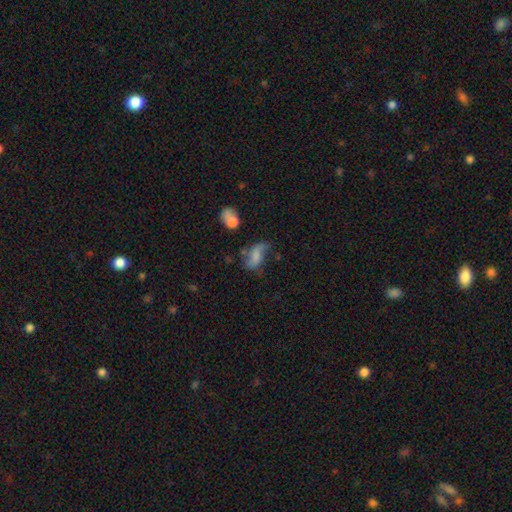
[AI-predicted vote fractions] Smooth or featured? Predicted: smooth (p=0.51). How rounded? Predicted: in between (p=0.84). Merging? Predicted: none (p=0.35).